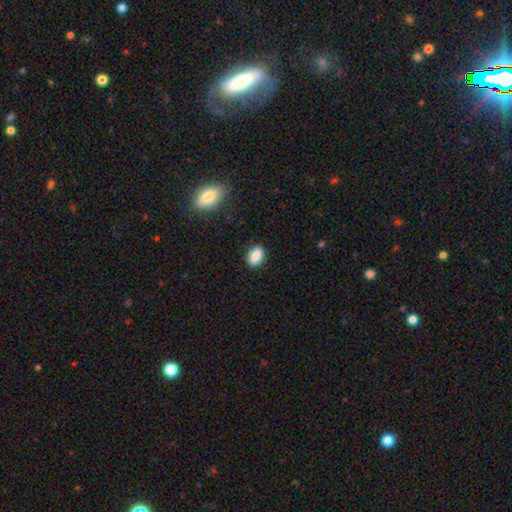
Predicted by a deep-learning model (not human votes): Smooth or featured? Predicted: smooth (p=0.86). How rounded? Predicted: in between (p=0.80). Merging? Predicted: none (p=0.85).